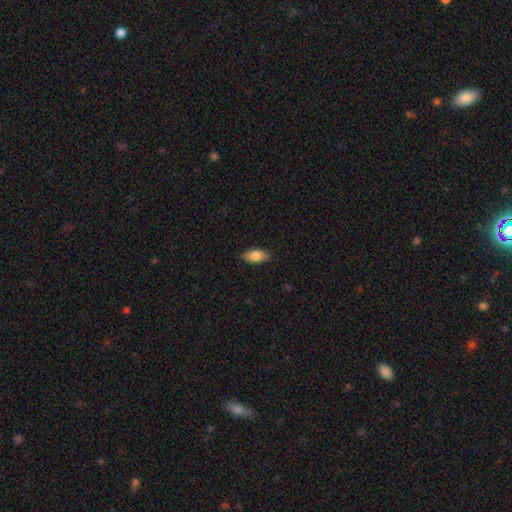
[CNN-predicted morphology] smooth_or_featured: smooth (p=0.82) [alt: featured or disk p=0.11]
how_rounded: in between (p=0.89) [alt: cigar-shaped p=0.08]
merging: none (p=0.88) [alt: minor disturbance p=0.09]